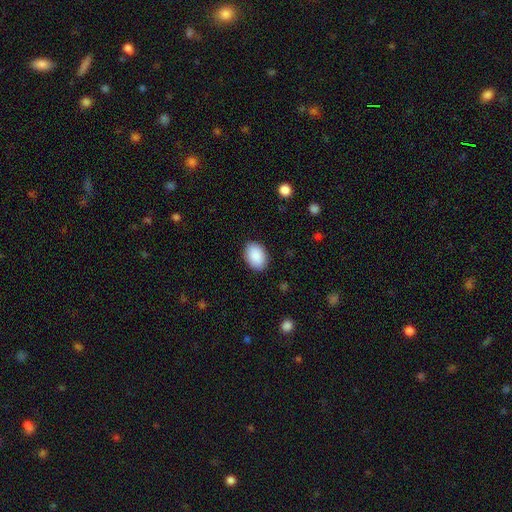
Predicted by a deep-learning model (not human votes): A smooth galaxy with no disk features (91%) that is in between round and cigar-shaped (86%). Merging: none (88%).